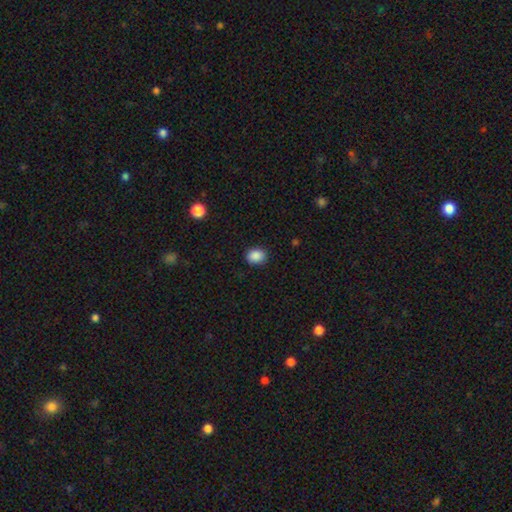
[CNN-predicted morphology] This is clearly a smooth galaxy (89%). How rounded: possibly in between (53%). Merging: clearly none (88%).